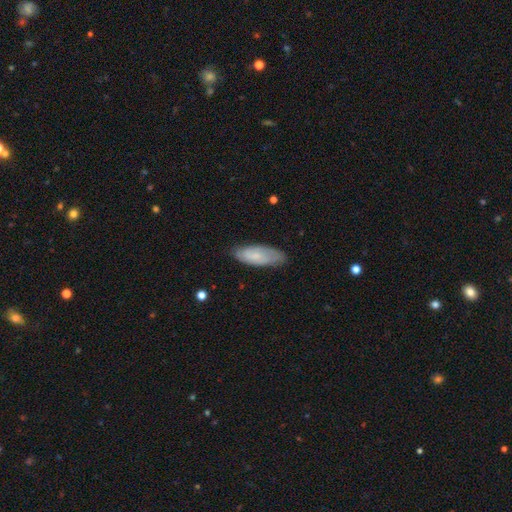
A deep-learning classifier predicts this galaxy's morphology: The model was most divided on "smooth or featured": smooth: 57%, featured or disk: 37%, star or artifact: 7%. More confident: merging — none (73%); how rounded — in between (70%).